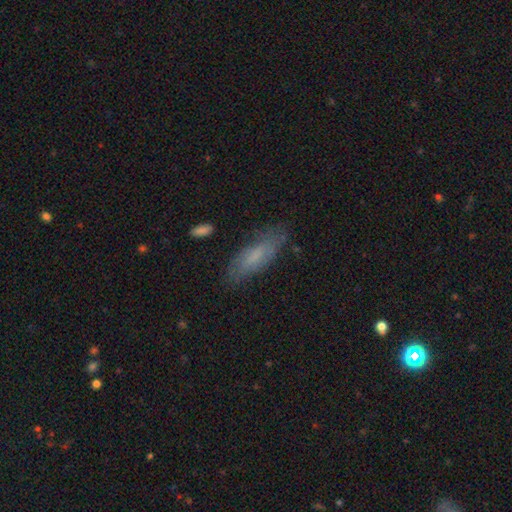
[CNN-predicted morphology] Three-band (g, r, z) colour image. It shows a smooth galaxy with no disk features (62%) that is in between round and cigar-shaped (55%). Merging: none (77%).